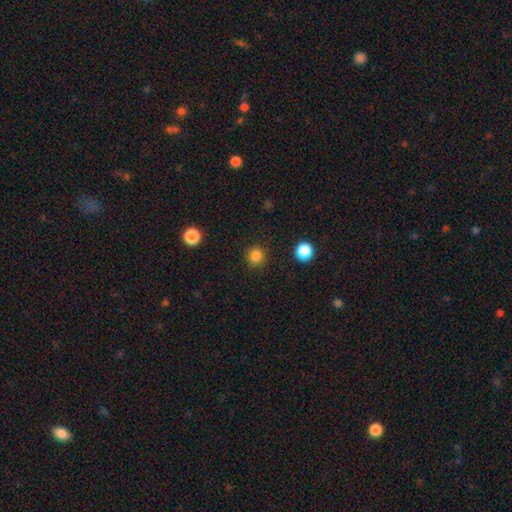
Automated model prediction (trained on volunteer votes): Overall: smooth (84%). How rounded: round (94%). Merging: none (91%).